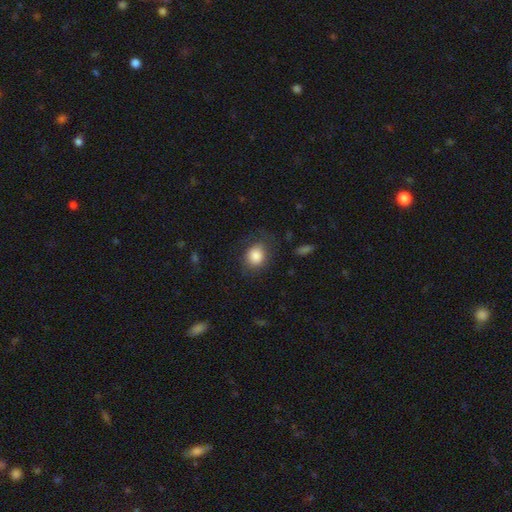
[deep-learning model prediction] Morphology: type=smooth (84%); roundness=round (60%); merging=none (70%).